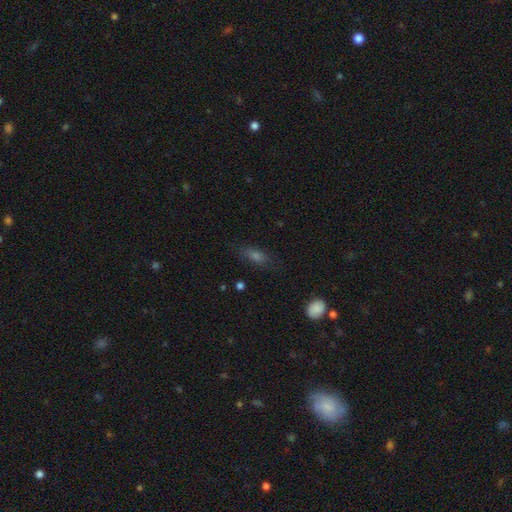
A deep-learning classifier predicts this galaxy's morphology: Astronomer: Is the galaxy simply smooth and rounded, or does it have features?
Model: smooth — 60%.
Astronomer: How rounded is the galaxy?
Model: in between — 62%.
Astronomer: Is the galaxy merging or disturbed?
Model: none — 79%.